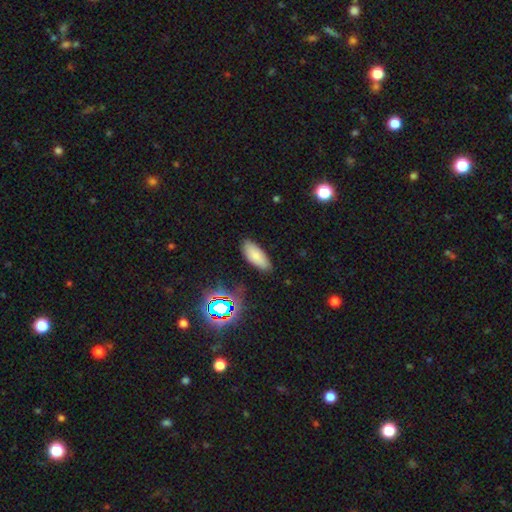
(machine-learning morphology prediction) This is clearly a smooth galaxy (81%). How rounded: clearly in between (83%). Merging: clearly none (84%).